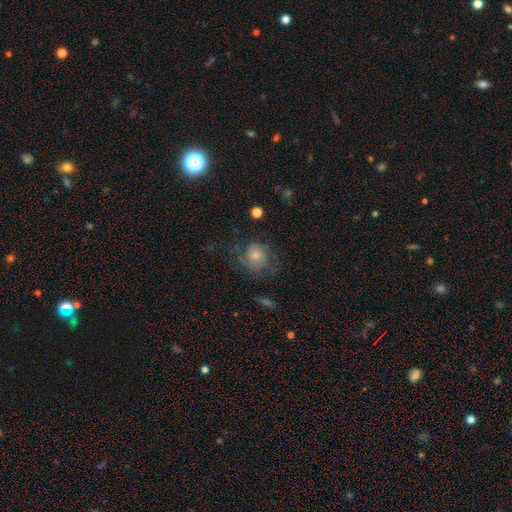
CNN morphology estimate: A smooth galaxy with no disk features (57%) that is round (76%).

Vote fractions:
- Smooth or featured? smooth: 57% / featured or disk: 33% / star or artifact: 9%
- How rounded? round: 76% / in between: 23% / cigar-shaped: 1%
- Merging? none: 46% / major disturbance: 27% / minor disturbance: 25% / merger: 2%